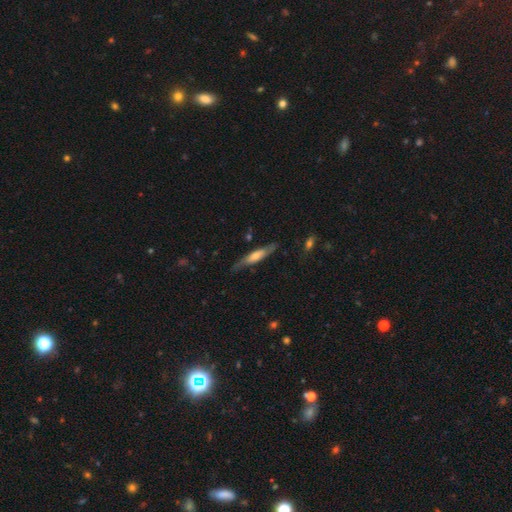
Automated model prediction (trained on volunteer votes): A featured or disk galaxy (50%) viewed edge-on (70%). Merging: none (75%).